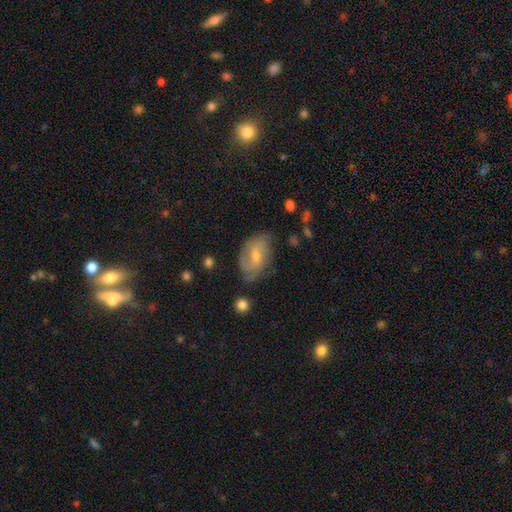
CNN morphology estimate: Smooth or featured?
  - featured or disk: 49% *
  - smooth: 43%
  - star or artifact: 8%
Merging?
  - none: 56% *
  - minor disturbance: 29%
  - major disturbance: 12%
  - merger: 2%